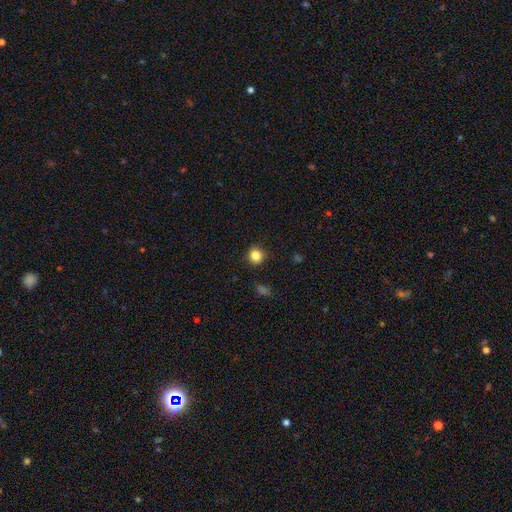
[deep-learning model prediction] A smooth galaxy with no disk features (84%) that is round (89%). Merging: none (88%).